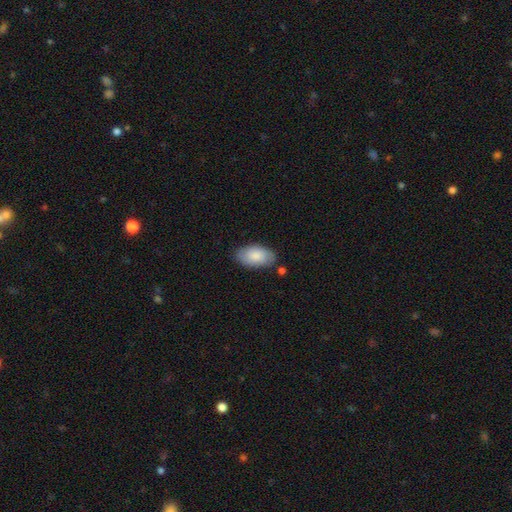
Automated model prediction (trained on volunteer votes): Morphology: type=smooth (82%); roundness=in between (95%); merging=none (77%).